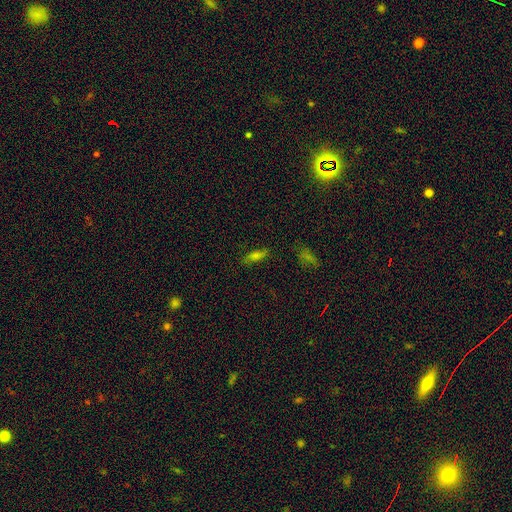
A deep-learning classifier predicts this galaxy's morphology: Smooth or featured?
  - smooth: 62% *
  - star or artifact: 19%
  - featured or disk: 18%
How rounded?
  - in between: 57% *
  - cigar-shaped: 39%
  - round: 4%
Merging?
  - none: 78% *
  - minor disturbance: 15%
  - major disturbance: 4%
  - merger: 2%